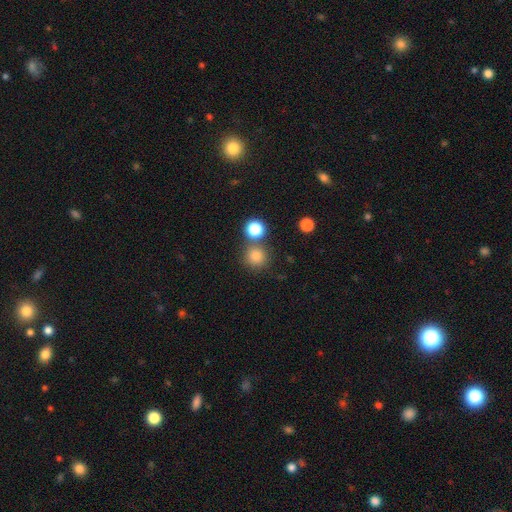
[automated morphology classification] Q: Smooth or featured?
A: smooth (80%); runner-up: star or artifact (14%)
Q: How rounded?
A: round (93%); runner-up: in between (6%)
Q: Merging?
A: none (73%); runner-up: merger (17%)